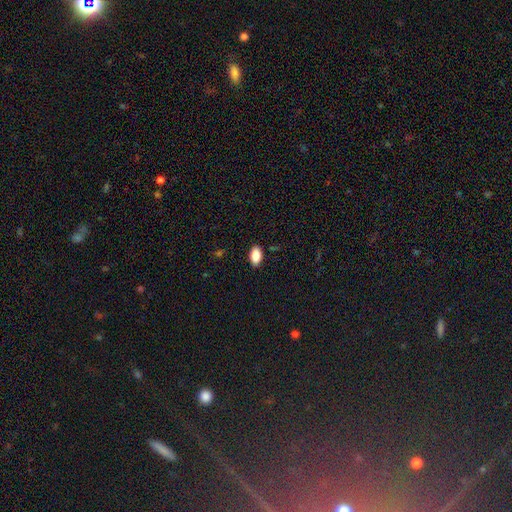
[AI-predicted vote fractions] Smooth or featured?
  - smooth: 88% *
  - star or artifact: 8%
  - featured or disk: 5%
How rounded?
  - in between: 93% *
  - round: 5%
  - cigar-shaped: 2%
Merging?
  - none: 88% *
  - minor disturbance: 9%
  - major disturbance: 2%
  - merger: 1%